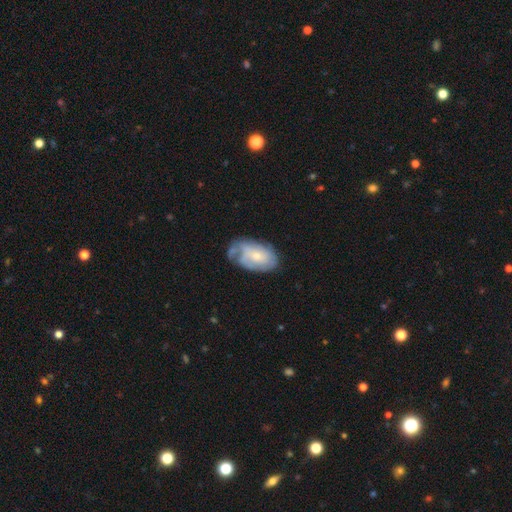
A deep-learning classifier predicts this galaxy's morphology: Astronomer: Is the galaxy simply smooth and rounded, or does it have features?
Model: featured or disk — 56% (runner-up: smooth, 37%).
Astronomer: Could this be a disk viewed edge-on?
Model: no — 96%.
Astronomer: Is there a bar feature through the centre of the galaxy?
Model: no — 76%.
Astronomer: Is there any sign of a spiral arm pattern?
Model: yes — 67%.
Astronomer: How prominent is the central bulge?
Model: small — 53% (runner-up: moderate, 39%).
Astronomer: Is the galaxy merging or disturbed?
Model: none — 46% (runner-up: minor disturbance, 32%).